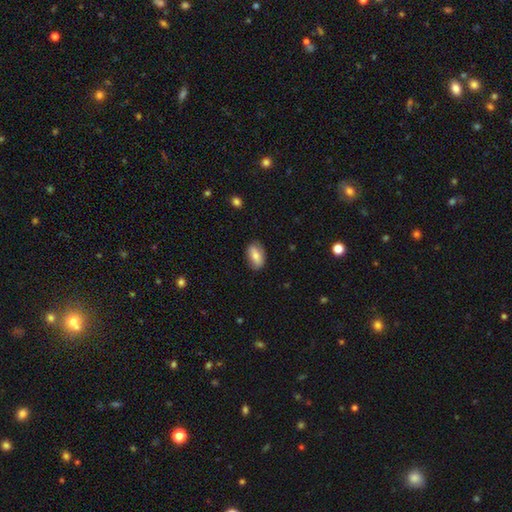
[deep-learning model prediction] This appears to be a smooth galaxy with no disk features (75%) that is in between round and cigar-shaped (90%). Merging: none (82%).